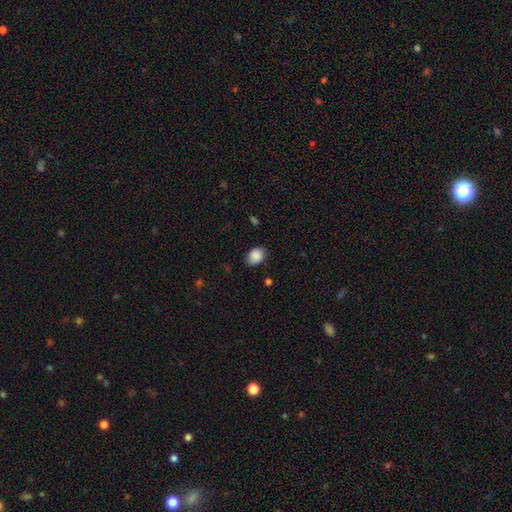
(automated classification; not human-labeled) smooth 89%, star or artifact 7%, featured or disk 4%. Down the decision tree: how rounded — in between (67%); merging — none (82%).